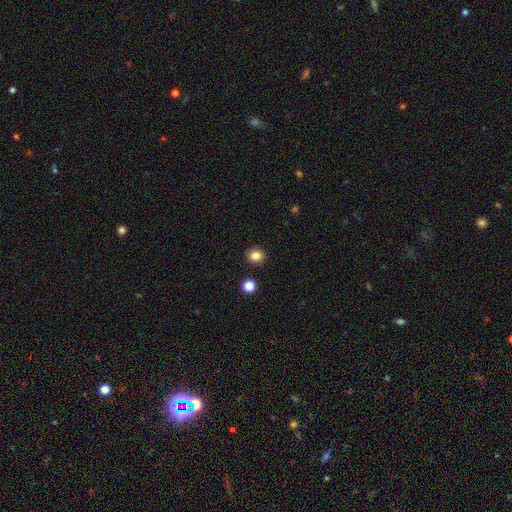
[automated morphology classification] A smooth galaxy with no disk features (84%) that is round (75%). Merging: none (90%).